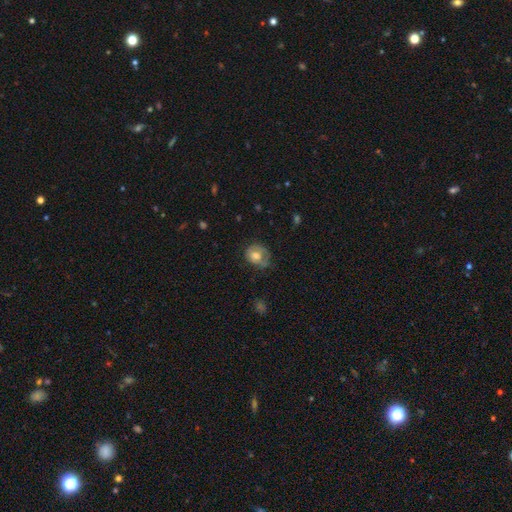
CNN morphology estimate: A smooth galaxy with no disk features (58%) that is round (60%).

Vote fractions:
- Smooth or featured? smooth: 58% / featured or disk: 33% / star or artifact: 8%
- How rounded? round: 60% / in between: 40% / cigar-shaped: 1%
- Merging? none: 47% / minor disturbance: 33% / major disturbance: 18% / merger: 3%